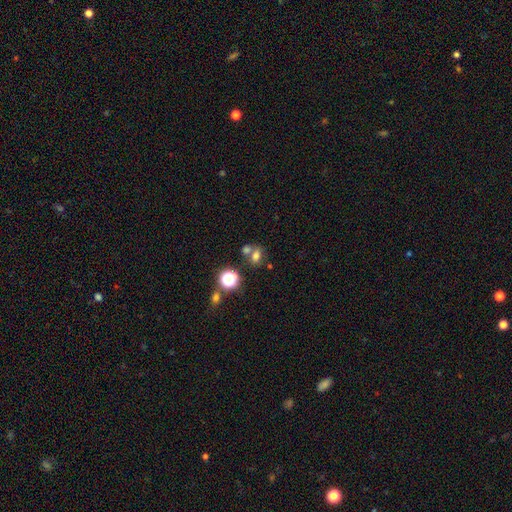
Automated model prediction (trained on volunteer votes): Overall: smooth (68%). How rounded: in between (60%; round 38%). Merging: none (49%; merger 36%).